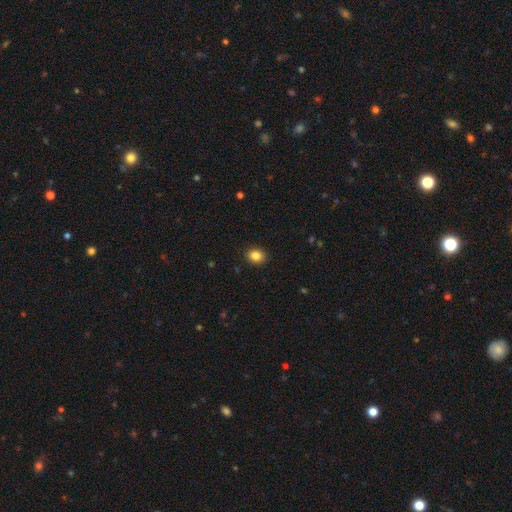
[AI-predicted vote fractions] A smooth galaxy with no disk features (85%) that is round (62%).

Vote fractions:
- Smooth or featured? smooth: 85% / star or artifact: 10% / featured or disk: 5%
- How rounded? round: 62% / in between: 37% / cigar-shaped: 1%
- Merging? none: 91% / minor disturbance: 6% / major disturbance: 2% / merger: 1%